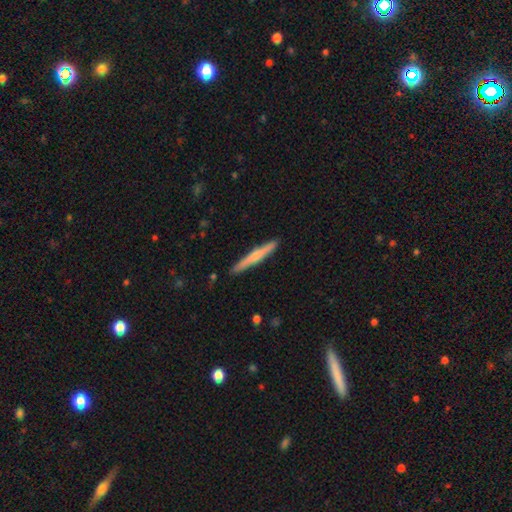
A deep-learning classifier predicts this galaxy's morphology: Smooth or featured? Predicted: smooth (p=0.53). How rounded? Predicted: cigar-shaped (p=0.96). Merging? Predicted: none (p=0.90).